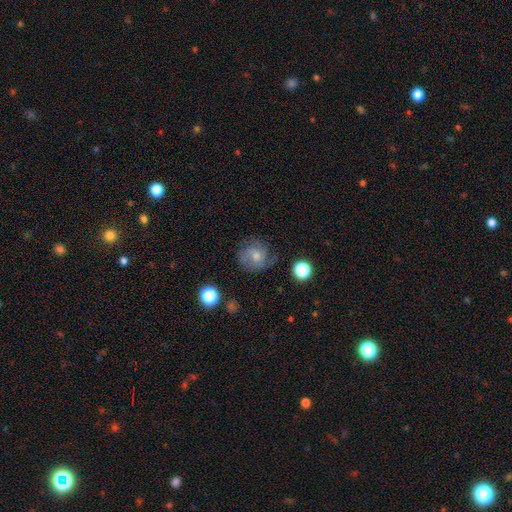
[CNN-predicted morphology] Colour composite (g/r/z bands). It shows a featured or disk galaxy (47%). Merging: none (67%).